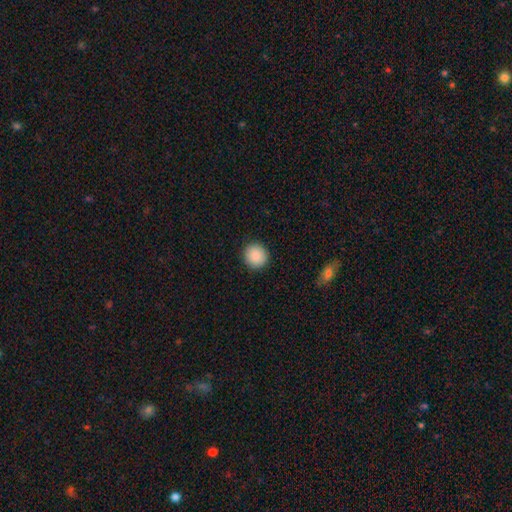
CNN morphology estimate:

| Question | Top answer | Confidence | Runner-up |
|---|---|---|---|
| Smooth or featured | smooth | 89% | star or artifact (8%) |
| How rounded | round | 92% | in between (7%) |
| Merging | none | 92% | minor disturbance (5%) |